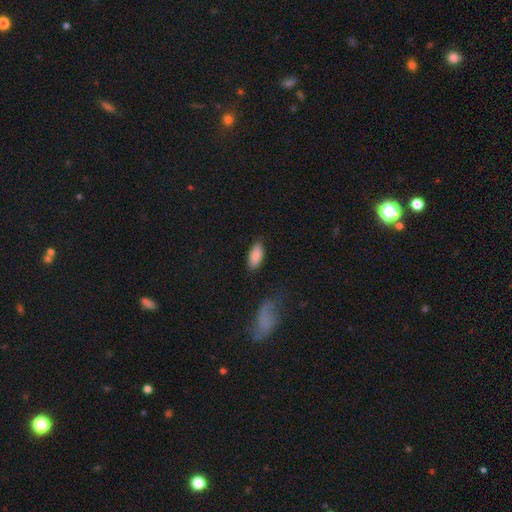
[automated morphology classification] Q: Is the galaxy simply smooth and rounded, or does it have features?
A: smooth — 87%.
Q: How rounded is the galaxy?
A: in between — 91%.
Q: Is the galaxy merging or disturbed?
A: none — 80%.